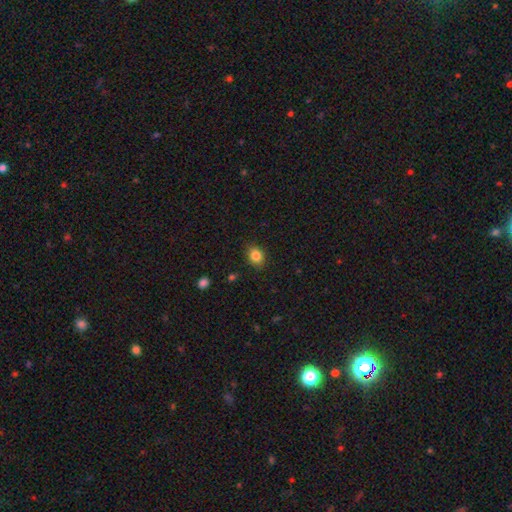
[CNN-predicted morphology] This appears to be a smooth galaxy with no disk features (84%) that is in between round and cigar-shaped (50%). Merging: none (86%).